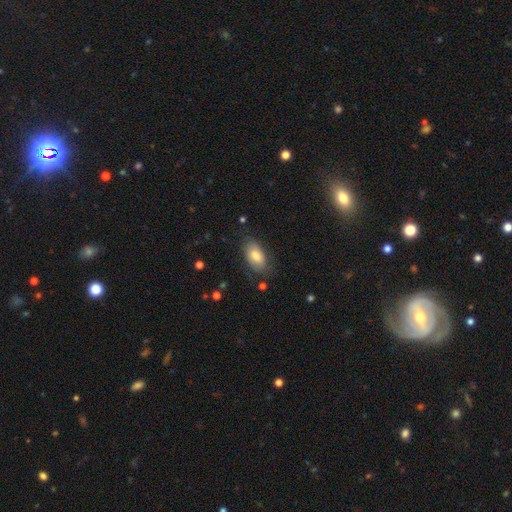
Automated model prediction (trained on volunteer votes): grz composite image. It shows a smooth galaxy with no disk features (77%) that is in between round and cigar-shaped (93%). Merging: none (72%).